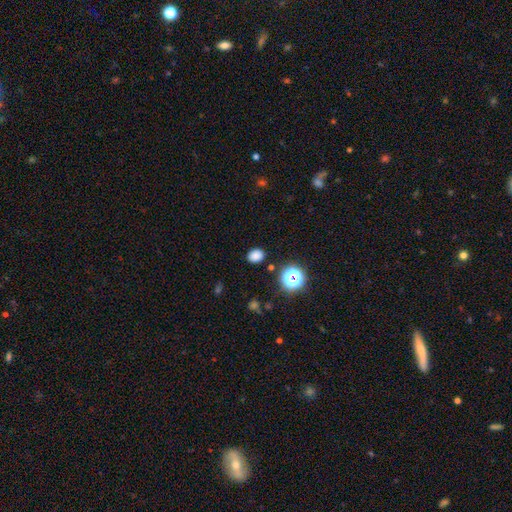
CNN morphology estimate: type=smooth (81%); roundness=in between (51%); merging=none (87%).